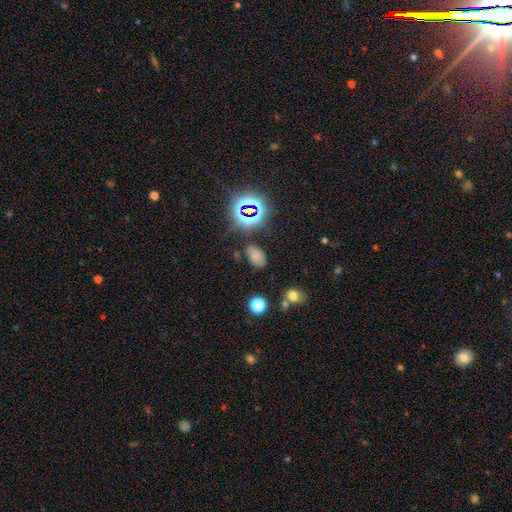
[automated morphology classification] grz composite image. It shows a smooth galaxy with no disk features (61%) that is in between round and cigar-shaped (88%). Merging: none (71%).